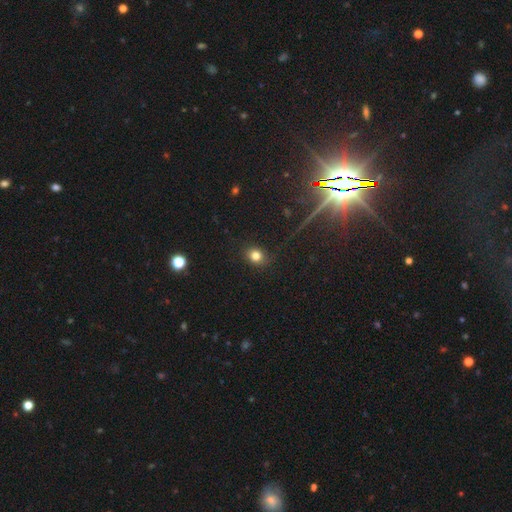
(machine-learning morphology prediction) Q: Smooth or featured?
A: smooth (79%); runner-up: star or artifact (14%)
Q: How rounded?
A: round (69%); runner-up: in between (29%)
Q: Merging?
A: none (84%); runner-up: minor disturbance (11%)